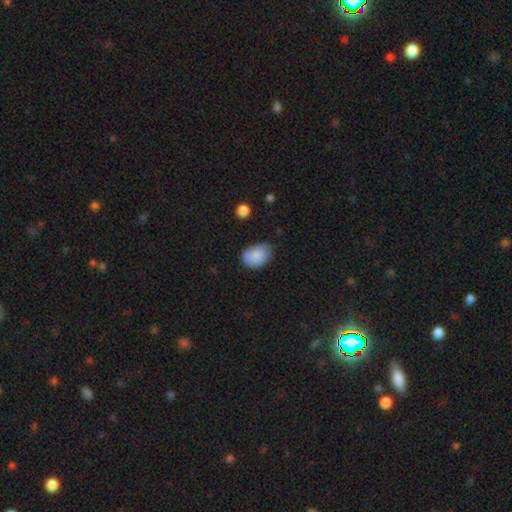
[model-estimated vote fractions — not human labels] Smooth or featured?
  - smooth: 84% *
  - featured or disk: 9%
  - star or artifact: 7%
How rounded?
  - in between: 74% *
  - round: 25%
  - cigar-shaped: 1%
Merging?
  - none: 63% *
  - minor disturbance: 30%
  - major disturbance: 5%
  - merger: 2%